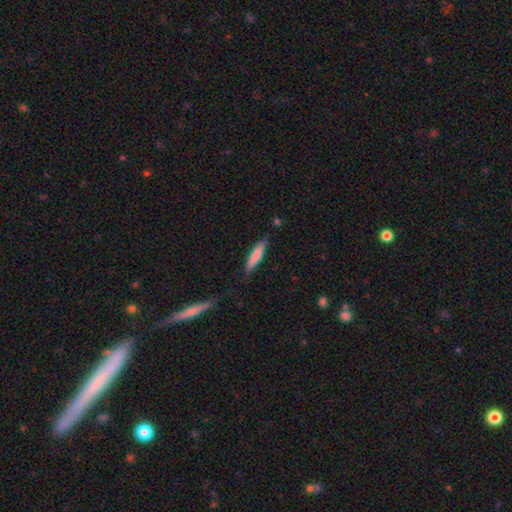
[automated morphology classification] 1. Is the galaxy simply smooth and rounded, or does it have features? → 79% smooth, 16% featured or disk, 6% star or artifact.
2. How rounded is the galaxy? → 83% cigar-shaped, 16% in between, 1% round.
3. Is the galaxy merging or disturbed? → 81% none, 15% minor disturbance, 3% major disturbance, 2% merger.